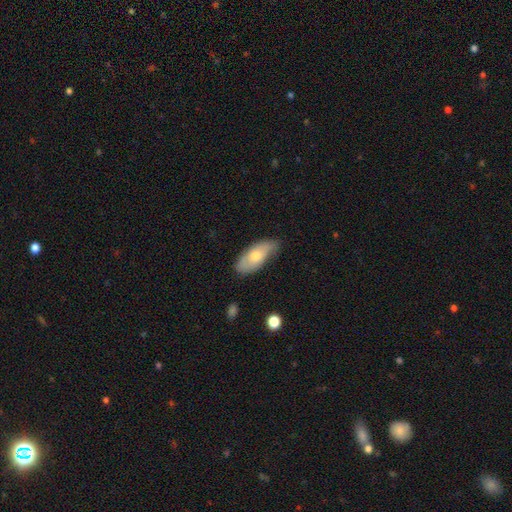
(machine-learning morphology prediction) Overall: smooth (62%; featured or disk 32%). How rounded: in between (85%). Merging: none (68%).